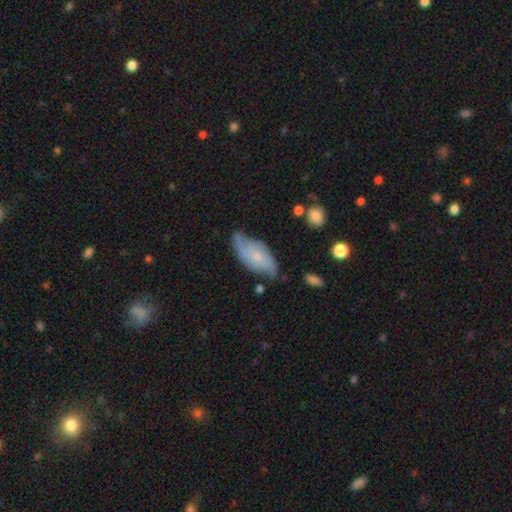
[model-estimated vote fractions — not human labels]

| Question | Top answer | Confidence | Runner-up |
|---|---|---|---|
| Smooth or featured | featured or disk | 61% | smooth (32%) |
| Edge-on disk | no | 92% | yes (8%) |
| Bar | no | 72% | weak (24%) |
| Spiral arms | yes | 86% | no (14%) |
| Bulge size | small | 65% | moderate (25%) |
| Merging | none | 55% | minor disturbance (31%) |